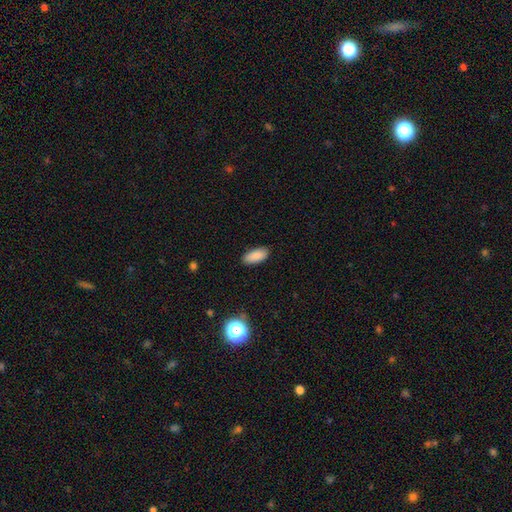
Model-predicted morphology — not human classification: Smooth or featured? Predicted: smooth (p=0.89). How rounded? Predicted: in between (p=0.87). Merging? Predicted: none (p=0.89).